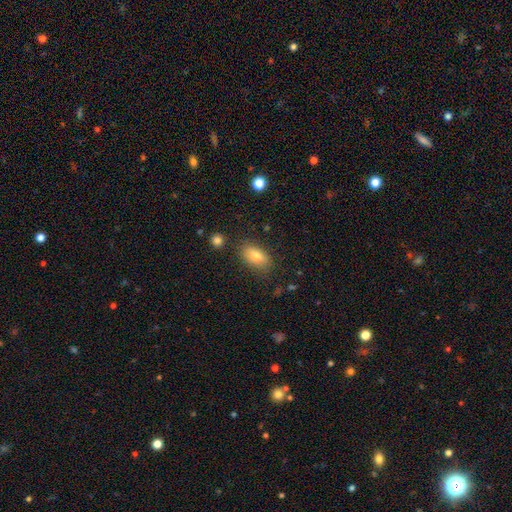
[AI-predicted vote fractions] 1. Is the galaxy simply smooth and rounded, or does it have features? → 74% smooth, 17% featured or disk, 9% star or artifact.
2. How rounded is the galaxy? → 86% in between, 7% cigar-shaped, 7% round.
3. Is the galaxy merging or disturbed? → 80% none, 14% minor disturbance, 4% major disturbance, 2% merger.